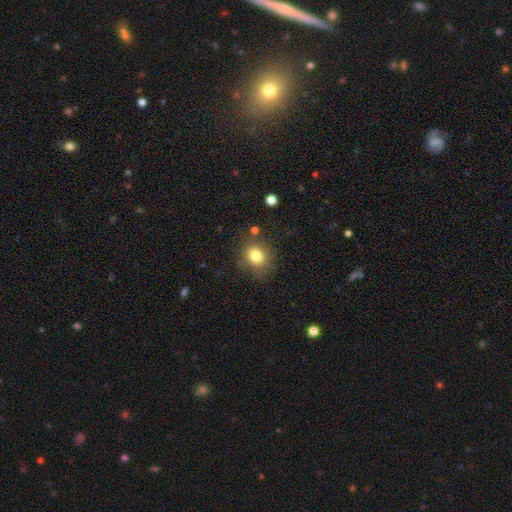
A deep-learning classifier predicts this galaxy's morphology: The model was most divided on "how rounded": round: 72%, in between: 27%, cigar-shaped: 1%. More confident: smooth or featured — smooth (81%); merging — none (79%).